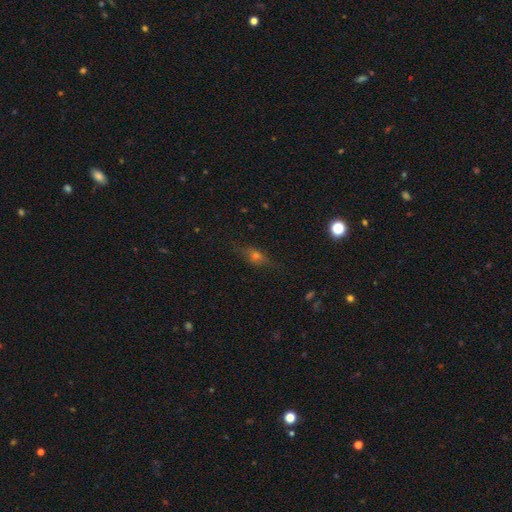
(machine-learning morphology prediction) This appears to be a smooth galaxy with no disk features (41%). Merging: none (77%).